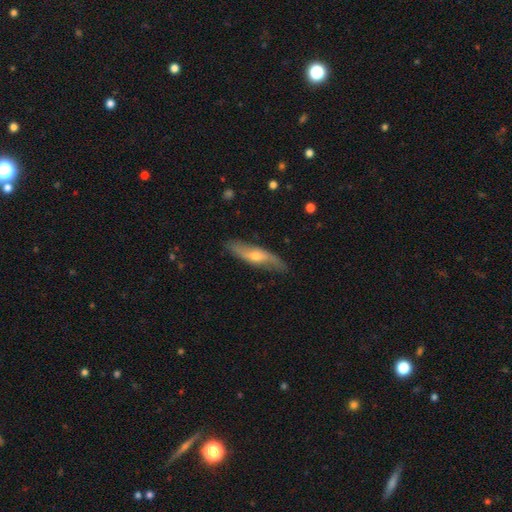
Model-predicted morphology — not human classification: type=featured or disk (60%); edge-on=no (52%); merging=none (79%).